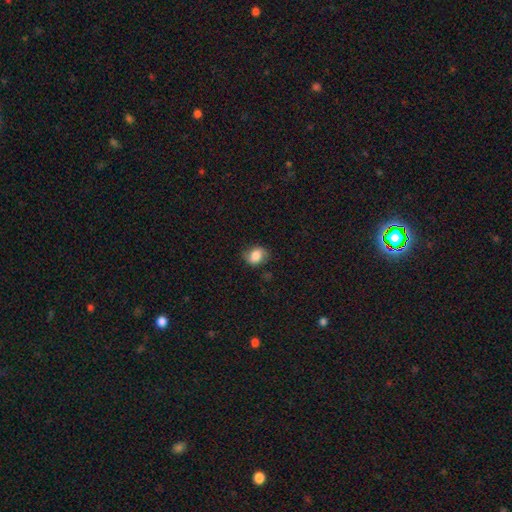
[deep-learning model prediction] smooth_or_featured: smooth (p=0.81) [alt: featured or disk p=0.10]
how_rounded: in between (p=0.56) [alt: round p=0.43]
merging: none (p=0.74) [alt: minor disturbance p=0.20]